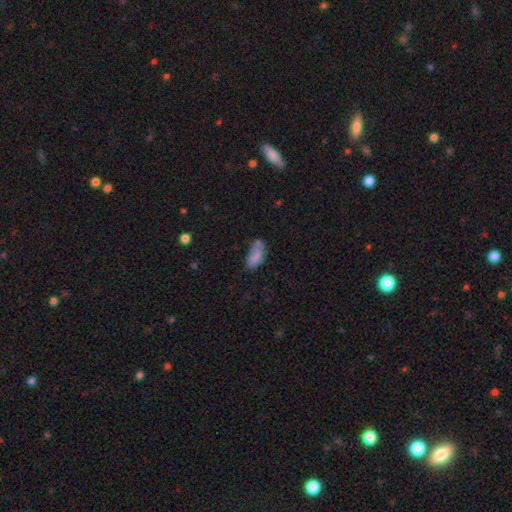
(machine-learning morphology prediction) Smooth or featured: smooth — 76% (featured or disk — 13%)
How rounded: in between — 88% (cigar-shaped — 9%)
Merging: none — 40% (minor disturbance — 30%)